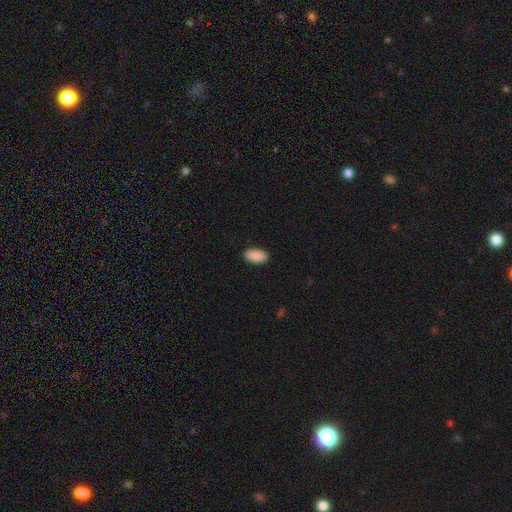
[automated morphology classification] This is clearly a smooth galaxy (91%). How rounded: clearly in between (95%). Merging: clearly none (89%).